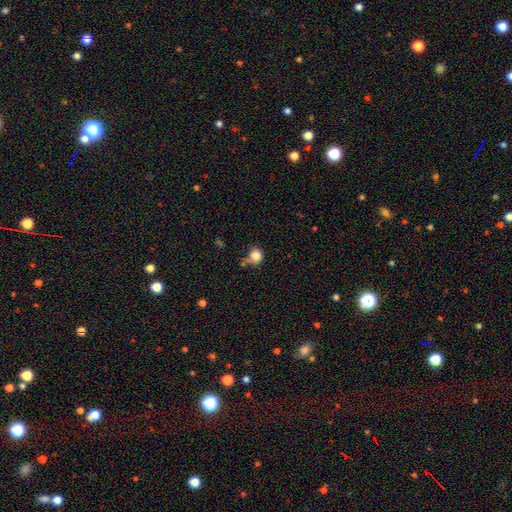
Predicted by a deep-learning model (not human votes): The model was most divided on "merging": none: 56%, minor disturbance: 24%, merger: 12%, major disturbance: 8%. More confident: smooth or featured — smooth (83%); how rounded — round (80%).